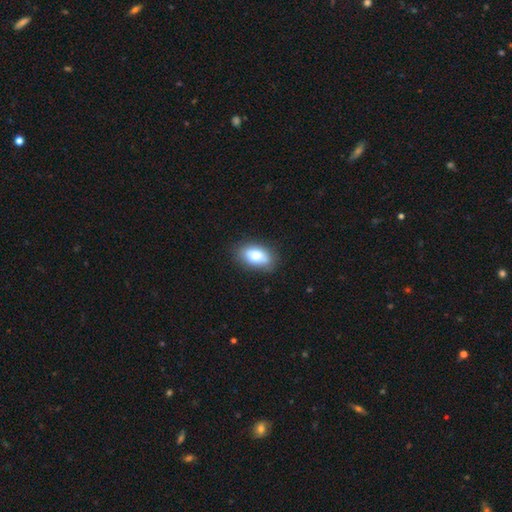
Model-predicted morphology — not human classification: smooth_or_featured: smooth (p=0.76) [alt: featured or disk p=0.16]
how_rounded: in between (p=0.90) [alt: round p=0.07]
merging: none (p=0.77) [alt: minor disturbance p=0.17]